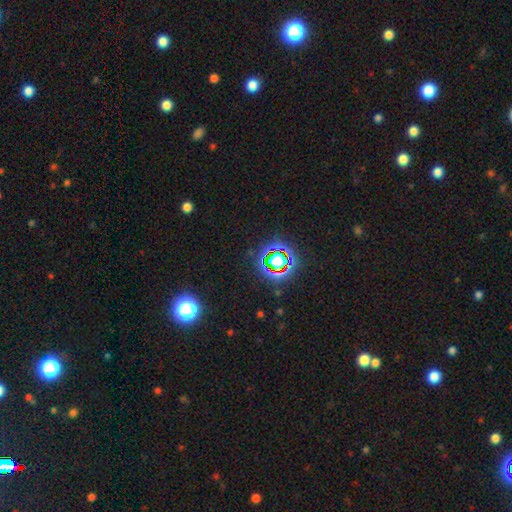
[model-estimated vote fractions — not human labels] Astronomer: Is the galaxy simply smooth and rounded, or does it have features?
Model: star or artifact — 79%.